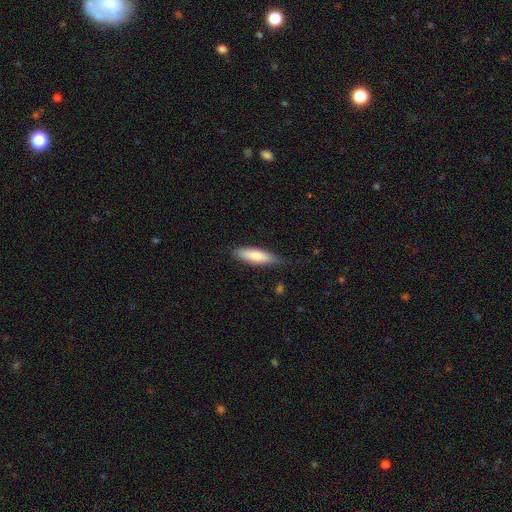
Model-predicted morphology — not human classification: smooth_or_featured: smooth (p=0.79) [alt: featured or disk p=0.15]
how_rounded: cigar-shaped (p=0.58) [alt: in between p=0.41]
merging: none (p=0.77) [alt: minor disturbance p=0.18]